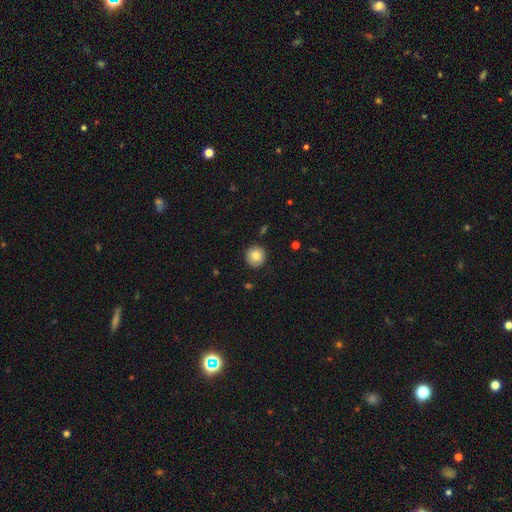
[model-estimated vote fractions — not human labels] A smooth galaxy with no disk features (83%) that is round (94%). Merging: none (89%).